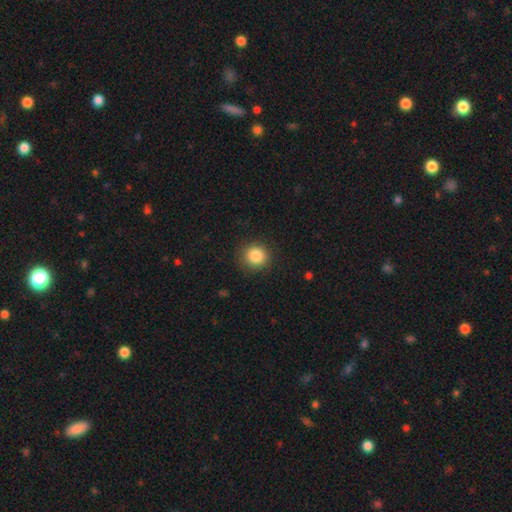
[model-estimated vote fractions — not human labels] Morphology: type=smooth (86%); roundness=round (91%); merging=none (89%).